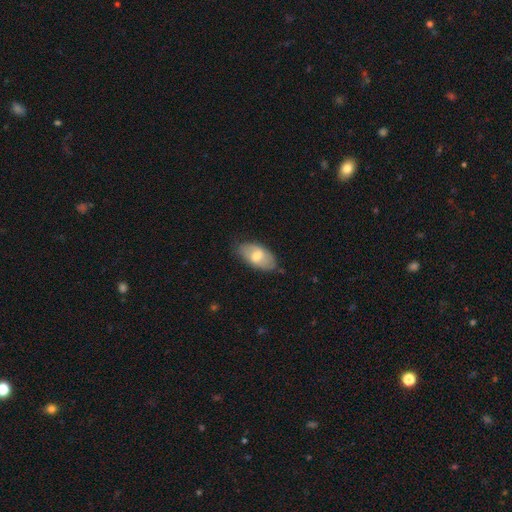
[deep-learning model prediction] Smooth or featured? Predicted: smooth (p=0.63). How rounded? Predicted: in between (p=0.94). Merging? Predicted: none (p=0.73).